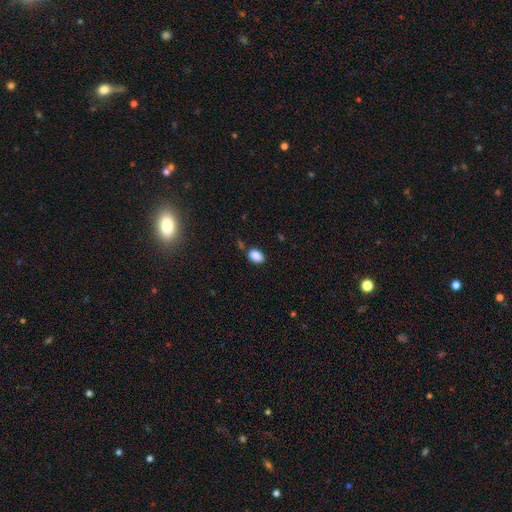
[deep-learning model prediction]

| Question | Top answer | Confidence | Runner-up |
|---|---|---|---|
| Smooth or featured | smooth | 88% | star or artifact (8%) |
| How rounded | in between | 87% | round (11%) |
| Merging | none | 76% | minor disturbance (15%) |